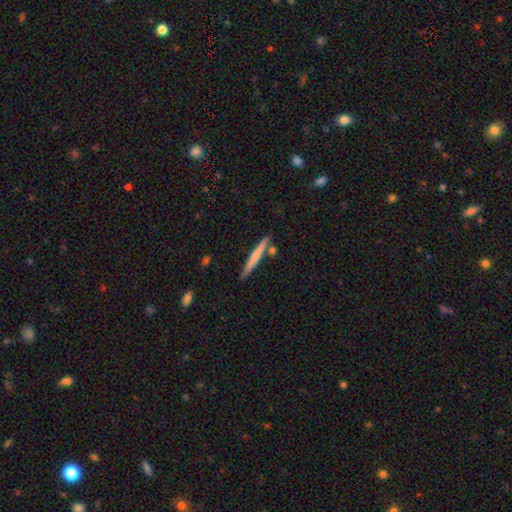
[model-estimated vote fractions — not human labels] Smooth or featured: smooth — 61% (featured or disk — 34%)
How rounded: cigar-shaped — 96% (in between — 2%)
Merging: none — 82% (minor disturbance — 10%)